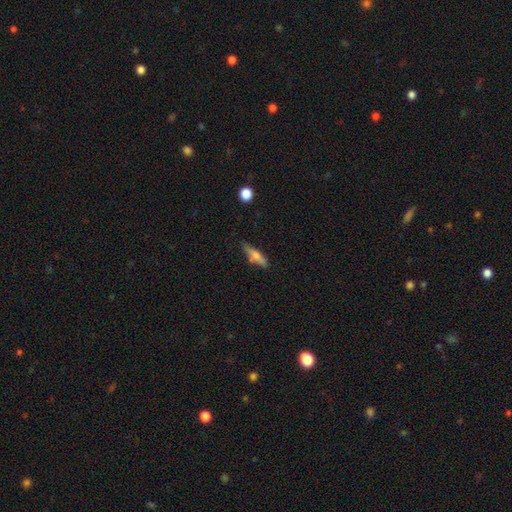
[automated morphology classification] Smooth or featured?
  - smooth: 62% *
  - featured or disk: 31%
  - star or artifact: 7%
How rounded?
  - cigar-shaped: 70% *
  - in between: 28%
  - round: 3%
Merging?
  - none: 70% *
  - minor disturbance: 20%
  - merger: 6%
  - major disturbance: 4%